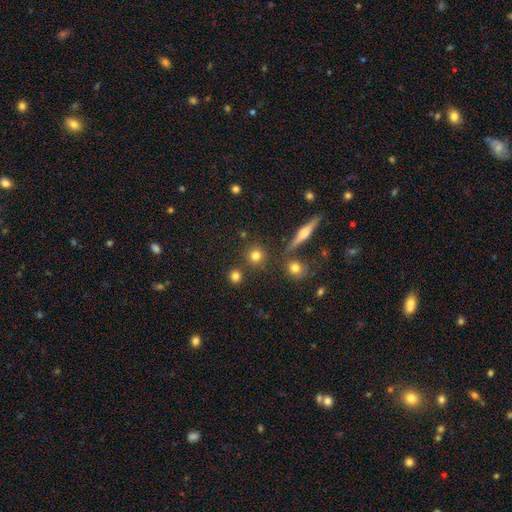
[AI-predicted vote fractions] The model was most divided on "smooth or featured": smooth: 78%, star or artifact: 12%, featured or disk: 9%. More confident: how rounded — round (93%); merging — none (84%).